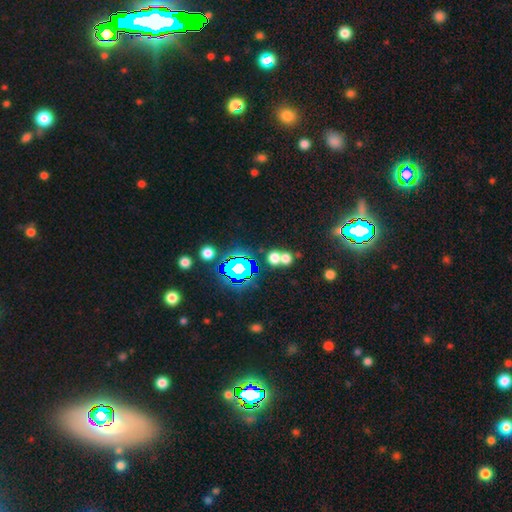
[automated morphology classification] The model was most divided on "smooth or featured": star or artifact: 77%, smooth: 13%, featured or disk: 10%.